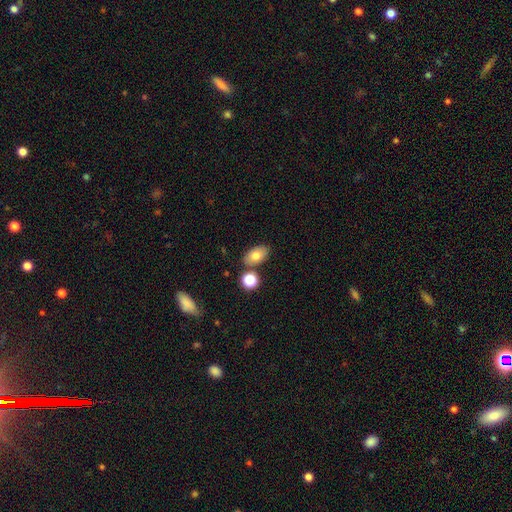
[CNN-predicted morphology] Smooth or featured? Predicted: smooth (p=0.75). How rounded? Predicted: in between (p=0.87). Merging? Predicted: none (p=0.78).